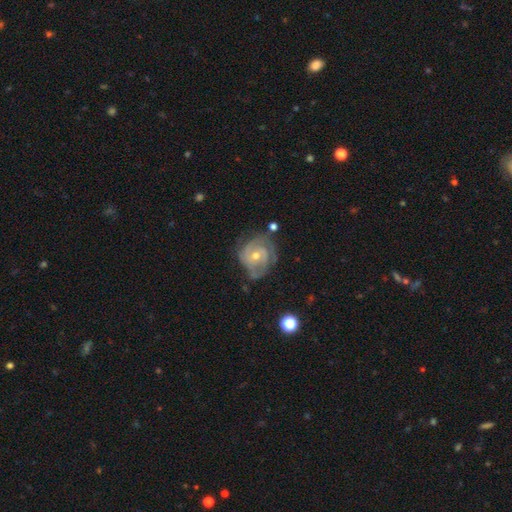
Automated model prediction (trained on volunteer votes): Smooth or featured? Predicted: featured or disk (p=0.84). Edge-on disk? Predicted: no (p=0.98). Bar? Predicted: no (p=0.61). Spiral arms? Predicted: yes (p=0.93). Spiral winding? Predicted: tight (p=0.62). Spiral arm count? Predicted: 2 (p=0.37). Bulge size? Predicted: moderate (p=0.50). Merging? Predicted: none (p=0.62).